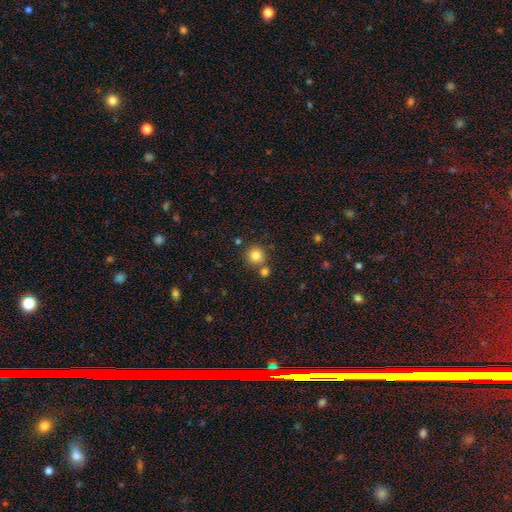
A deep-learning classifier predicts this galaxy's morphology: Overall: smooth (80%). How rounded: round (91%). Merging: none (70%).